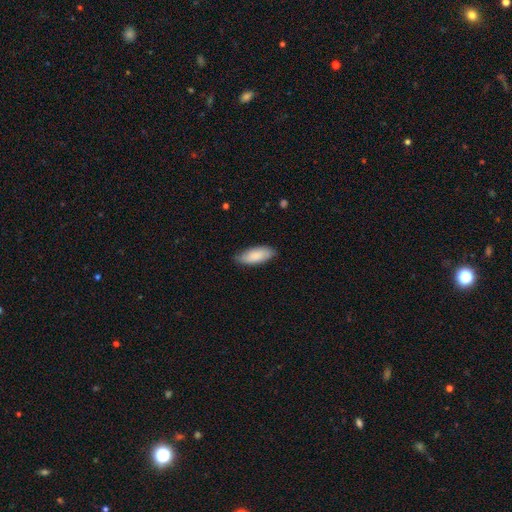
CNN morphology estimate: This is clearly a smooth galaxy (85%). How rounded: likely in between (80%). Merging: clearly none (81%).